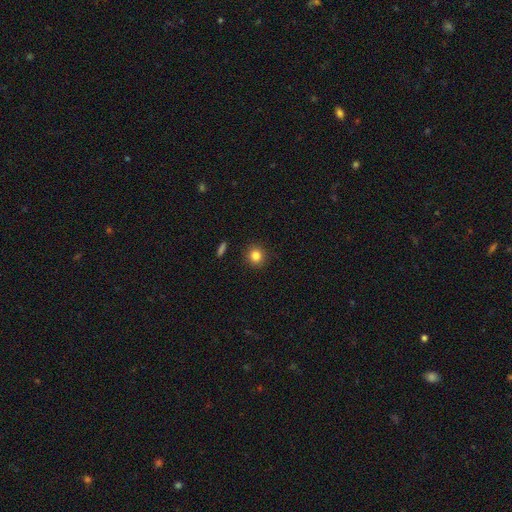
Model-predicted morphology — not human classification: type=smooth (83%); roundness=round (89%); merging=none (91%).